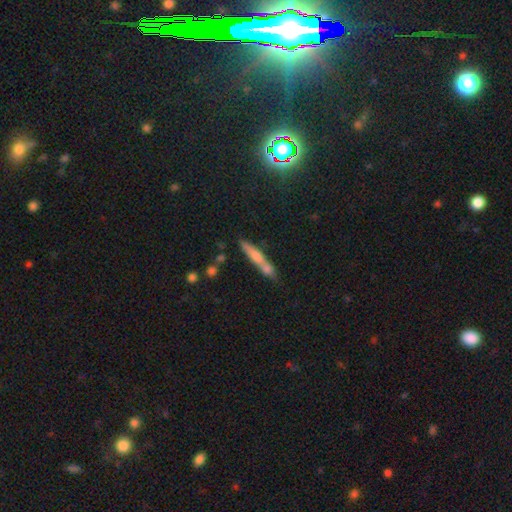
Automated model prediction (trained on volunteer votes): A smooth galaxy with no disk features (58%) that is cigar-shaped (89%).

Vote fractions:
- Smooth or featured? smooth: 58% / featured or disk: 33% / star or artifact: 8%
- How rounded? cigar-shaped: 89% / in between: 9% / round: 2%
- Merging? none: 54% / merger: 28% / minor disturbance: 14% / major disturbance: 4%